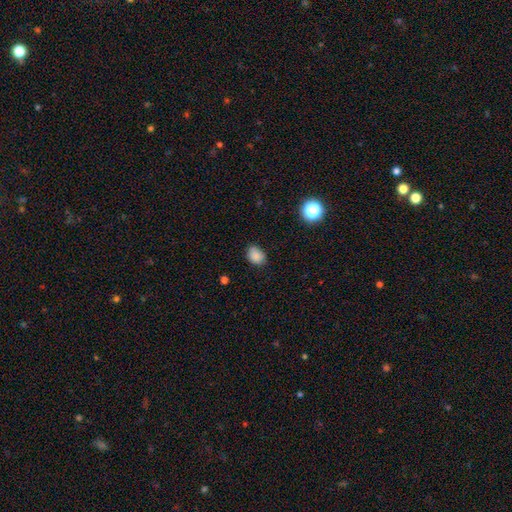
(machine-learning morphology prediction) Q: Smooth or featured?
A: smooth (86%); runner-up: star or artifact (10%)
Q: How rounded?
A: in between (65%); runner-up: round (34%)
Q: Merging?
A: none (78%); runner-up: minor disturbance (18%)